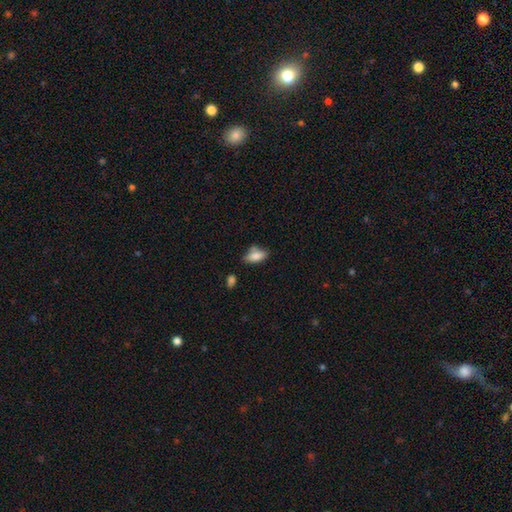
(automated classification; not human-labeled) Morphology: type=smooth (82%); roundness=in between (87%); merging=none (61%).